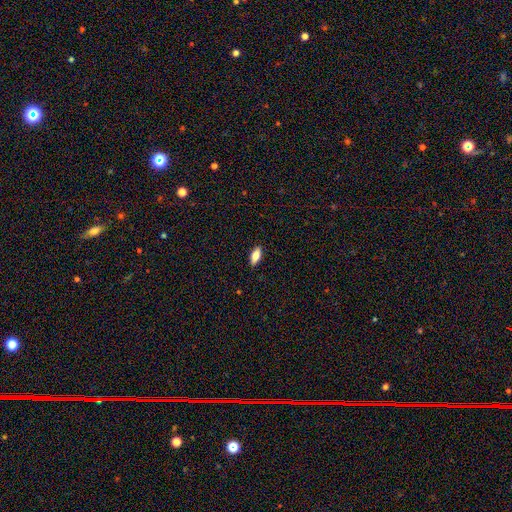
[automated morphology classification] A smooth galaxy with no disk features (76%) that is in between round and cigar-shaped (81%).

Vote fractions:
- Smooth or featured? smooth: 76% / featured or disk: 17% / star or artifact: 7%
- How rounded? in between: 81% / cigar-shaped: 17% / round: 3%
- Merging? none: 88% / minor disturbance: 9% / major disturbance: 2% / merger: 1%